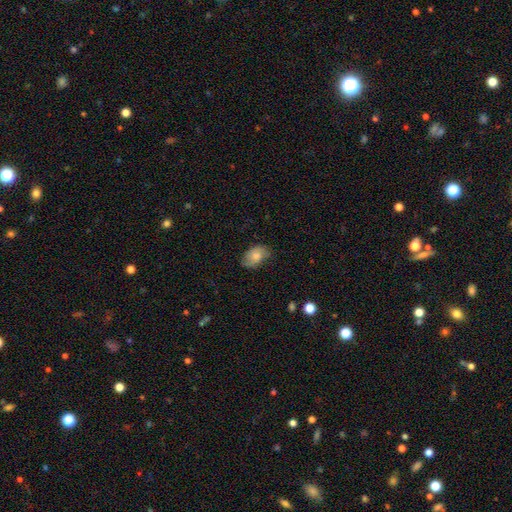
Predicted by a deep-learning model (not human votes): A smooth galaxy with no disk features (65%) that is in between round and cigar-shaped (86%).

Vote fractions:
- Smooth or featured? smooth: 65% / featured or disk: 28% / star or artifact: 8%
- How rounded? in between: 86% / round: 13% / cigar-shaped: 1%
- Merging? none: 67% / minor disturbance: 25% / major disturbance: 7% / merger: 1%